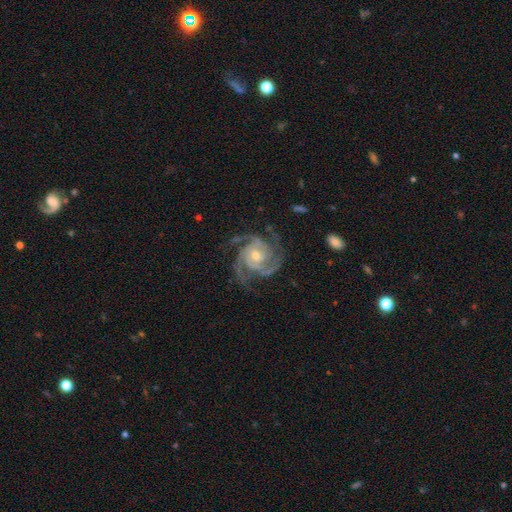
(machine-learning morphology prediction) Q: Smooth or featured?
A: featured or disk (94%); runner-up: star or artifact (3%)
Q: Edge-on disk?
A: no (98%); runner-up: yes (2%)
Q: Bar?
A: no (63%); runner-up: weak (29%)
Q: Spiral arms?
A: yes (99%); runner-up: no (1%)
Q: Spiral winding?
A: tight (59%); runner-up: medium (37%)
Q: Spiral arm count?
A: 3 (53%); runner-up: 4 (18%)
Q: Bulge size?
A: moderate (50%); runner-up: small (45%)
Q: Merging?
A: none (74%); runner-up: minor disturbance (16%)